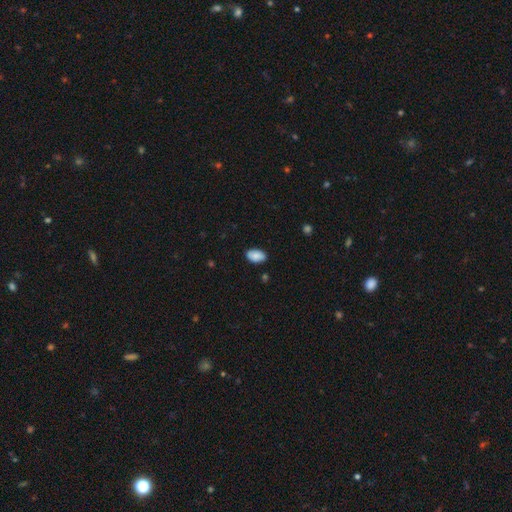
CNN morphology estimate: Smooth or featured: smooth — 83% (featured or disk — 9%)
How rounded: in between — 93% (round — 6%)
Merging: none — 83% (minor disturbance — 13%)